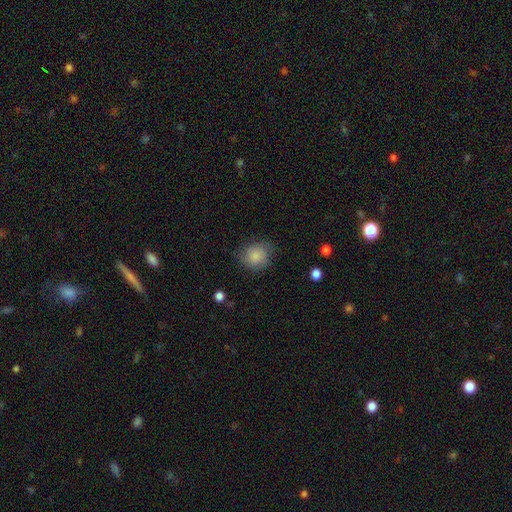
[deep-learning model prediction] smooth 86%, star or artifact 8%, featured or disk 7%. Down the decision tree: how rounded — round (74%); merging — none (73%).